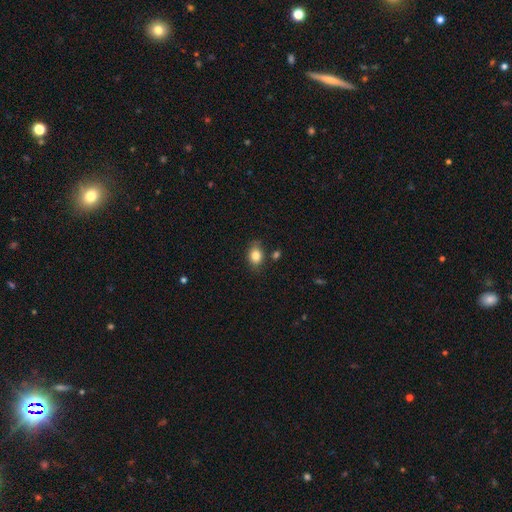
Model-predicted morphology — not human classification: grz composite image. It shows a smooth galaxy with no disk features (83%) that is in between round and cigar-shaped (70%). Merging: none (77%).